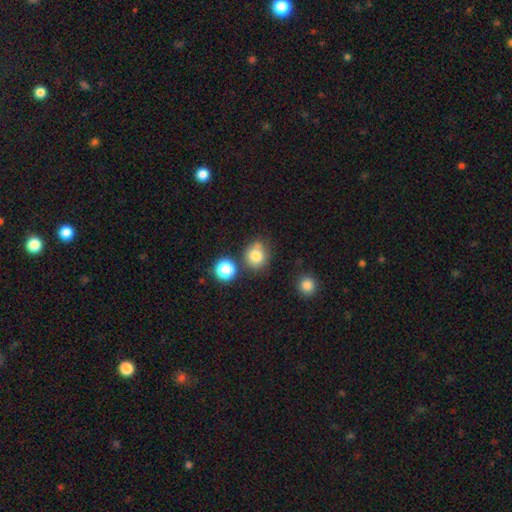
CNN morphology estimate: Overall: smooth (80%). How rounded: round (74%). Merging: none (64%).